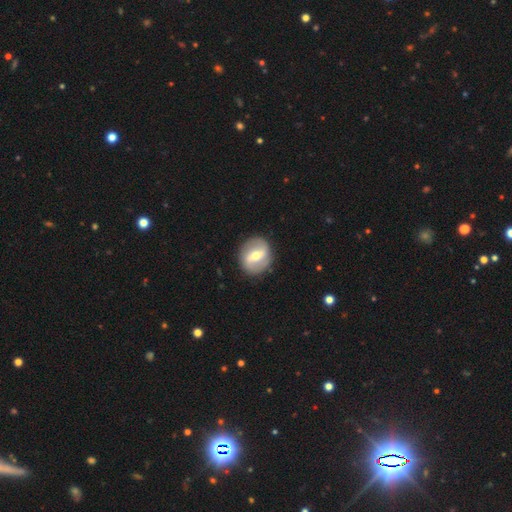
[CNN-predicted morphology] featured or disk 65%, smooth 29%, star or artifact 6%. Down the decision tree: edge-on disk — no (95%); bar — strong (47%); spiral arms — yes (61%); bulge size — moderate (67%); merging — none (87%).